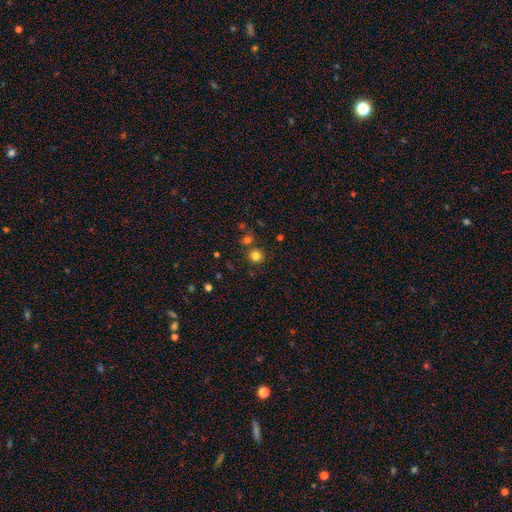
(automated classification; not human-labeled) A smooth galaxy with no disk features (80%) that is round (93%). Merging: none (81%).